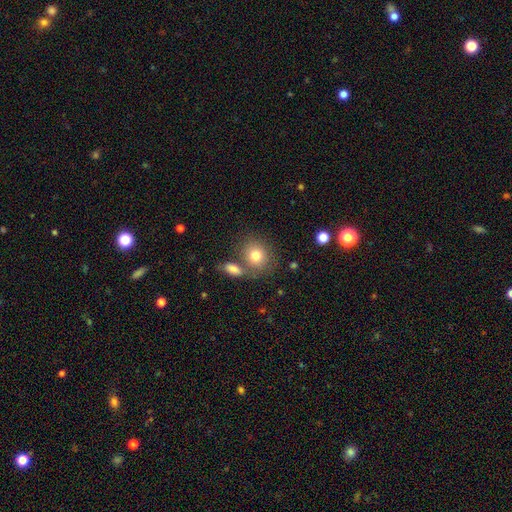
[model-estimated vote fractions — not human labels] Smooth or featured? smooth (79%)
How rounded? round (74%)
Merging? none (64%)